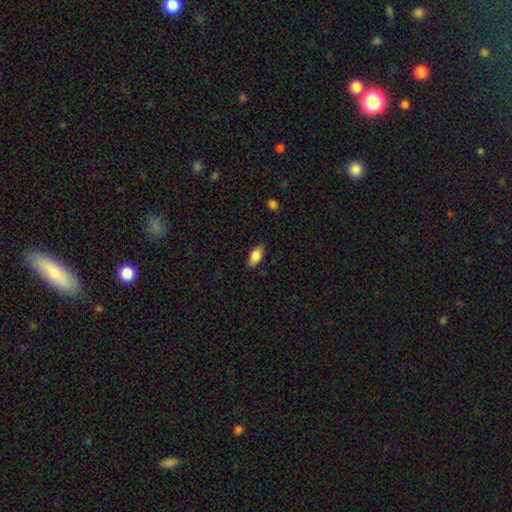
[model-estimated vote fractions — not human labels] Smooth or featured?
  - smooth: 82% *
  - featured or disk: 11%
  - star or artifact: 7%
How rounded?
  - in between: 88% *
  - cigar-shaped: 9%
  - round: 3%
Merging?
  - none: 85% *
  - minor disturbance: 12%
  - major disturbance: 3%
  - merger: 1%